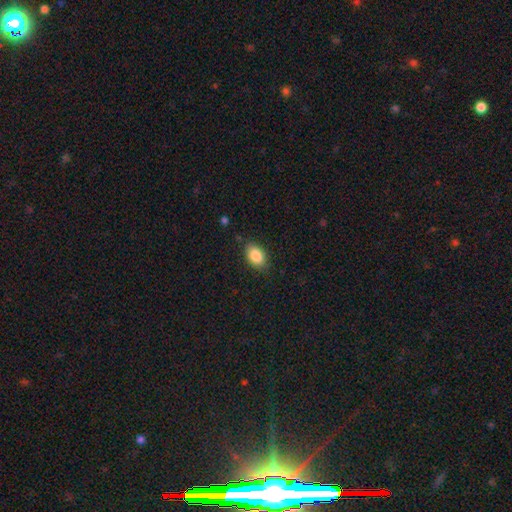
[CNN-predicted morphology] Q: Smooth or featured?
A: smooth (87%); runner-up: star or artifact (8%)
Q: How rounded?
A: in between (88%); runner-up: round (11%)
Q: Merging?
A: none (83%); runner-up: minor disturbance (13%)